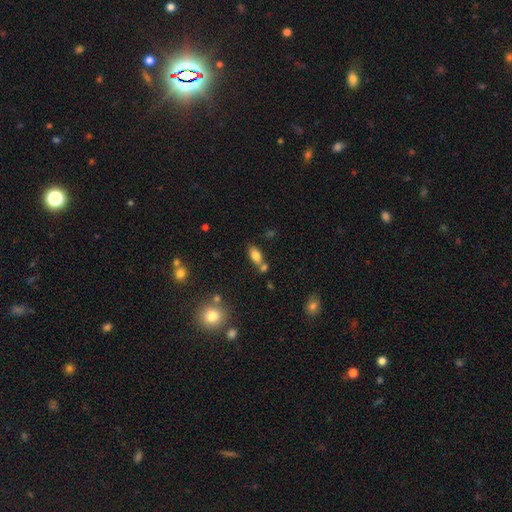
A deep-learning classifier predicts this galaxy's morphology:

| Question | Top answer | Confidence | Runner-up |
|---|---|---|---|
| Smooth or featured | smooth | 77% | featured or disk (13%) |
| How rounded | in between | 86% | cigar-shaped (8%) |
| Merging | none | 57% | merger (25%) |